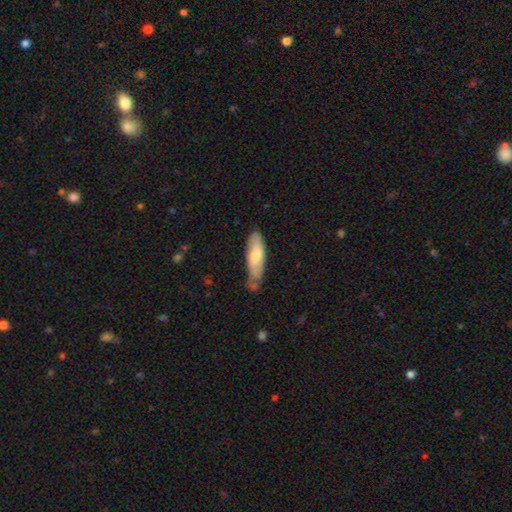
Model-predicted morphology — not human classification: smooth_or_featured: smooth (p=0.71) [alt: featured or disk p=0.24]
how_rounded: in between (p=0.53) [alt: cigar-shaped p=0.46]
merging: none (p=0.54) [alt: minor disturbance p=0.32]